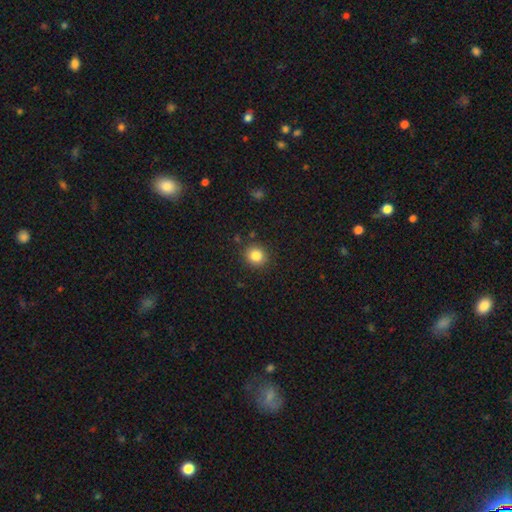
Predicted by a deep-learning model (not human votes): Smooth or featured: smooth — 84% (star or artifact — 11%)
How rounded: round — 85% (in between — 14%)
Merging: none — 88% (minor disturbance — 8%)